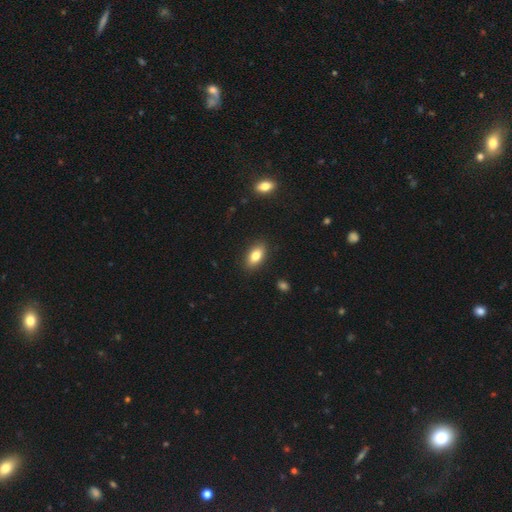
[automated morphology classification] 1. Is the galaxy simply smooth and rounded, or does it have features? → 80% smooth, 12% featured or disk, 8% star or artifact.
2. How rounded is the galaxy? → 88% in between, 6% round, 6% cigar-shaped.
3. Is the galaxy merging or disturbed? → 88% none, 9% minor disturbance, 2% major disturbance, 1% merger.